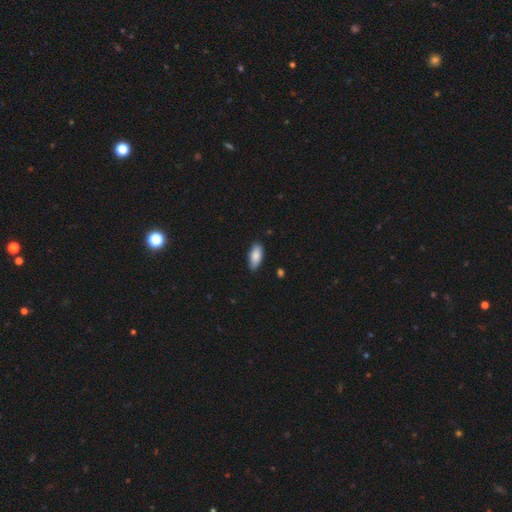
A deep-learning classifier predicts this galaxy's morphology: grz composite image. It shows a smooth galaxy with no disk features (86%) that is in between round and cigar-shaped (88%). Merging: none (83%).